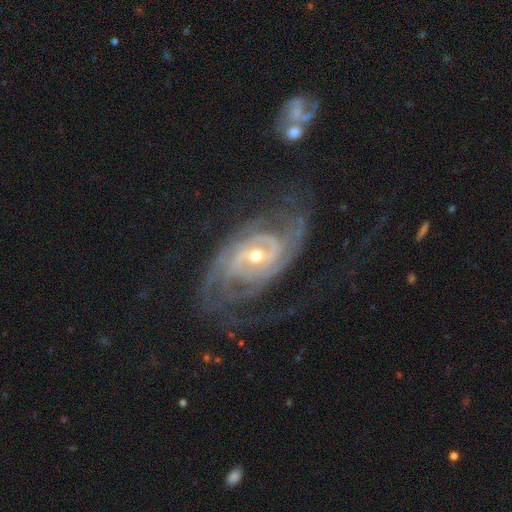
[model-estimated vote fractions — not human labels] Overall: featured or disk (91%). Edge-on disk: no (96%). Bar: weak (41%; no 35%). Spiral arms: yes (97%). Spiral arm count: 2 (39%; can't tell 20%). Spiral winding: tight (57%; medium 34%). Bulge size: small (48%, tied with moderate). Merging: none (62%).